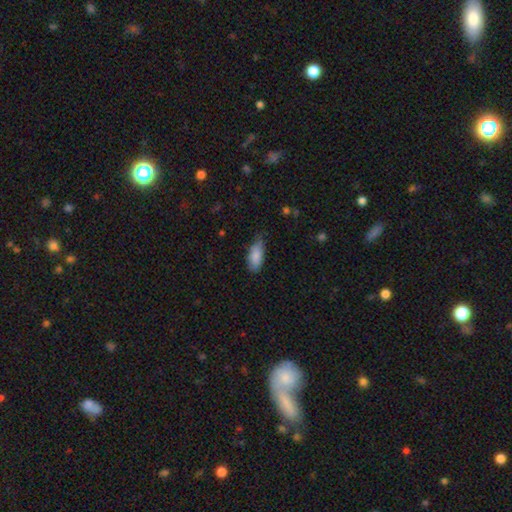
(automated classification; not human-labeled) smooth 86%, featured or disk 8%, star or artifact 6%. Down the decision tree: how rounded — in between (85%); merging — none (59%).